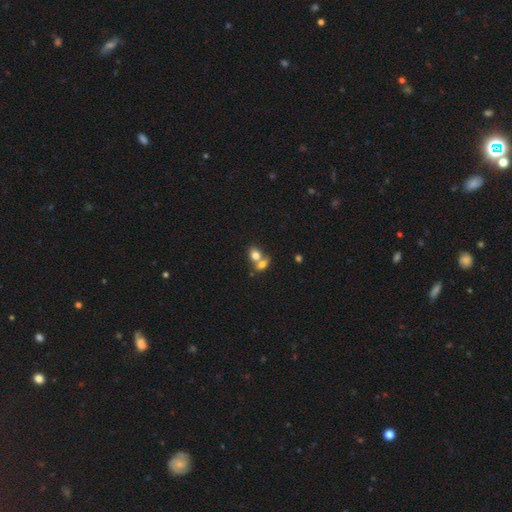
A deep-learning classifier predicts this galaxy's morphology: smooth_or_featured: smooth (p=0.76) [alt: featured or disk p=0.14]
how_rounded: in between (p=0.56) [alt: round p=0.42]
merging: merger (p=0.63) [alt: none p=0.27]